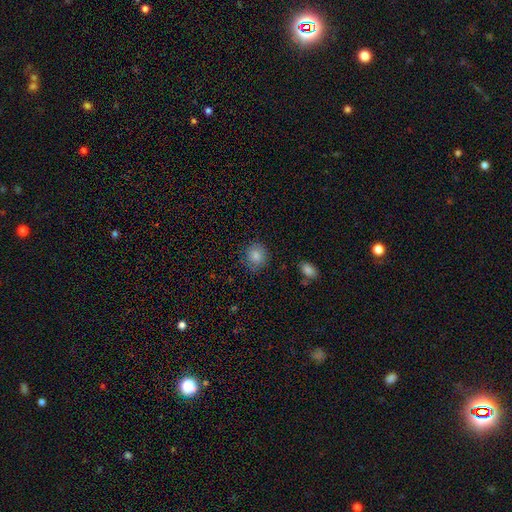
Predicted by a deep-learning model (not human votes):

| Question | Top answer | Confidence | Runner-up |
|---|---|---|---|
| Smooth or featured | smooth | 85% | star or artifact (9%) |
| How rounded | round | 80% | in between (19%) |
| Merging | none | 84% | minor disturbance (11%) |